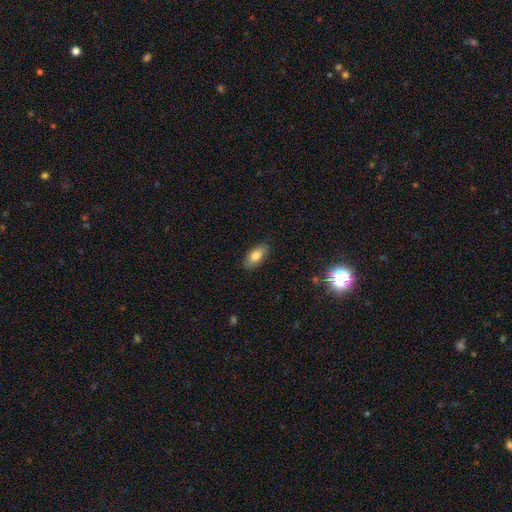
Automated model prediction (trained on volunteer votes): smooth_or_featured: smooth (p=0.80) [alt: featured or disk p=0.12]
how_rounded: in between (p=0.90) [alt: cigar-shaped p=0.07]
merging: none (p=0.87) [alt: minor disturbance p=0.10]